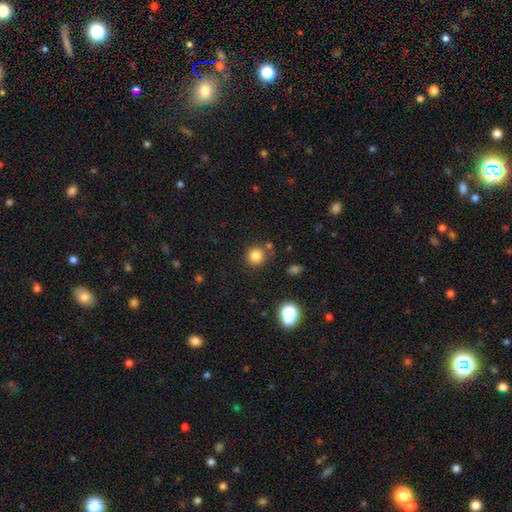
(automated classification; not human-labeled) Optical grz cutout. It shows a smooth galaxy with no disk features (81%) that is round (92%). Merging: none (80%).